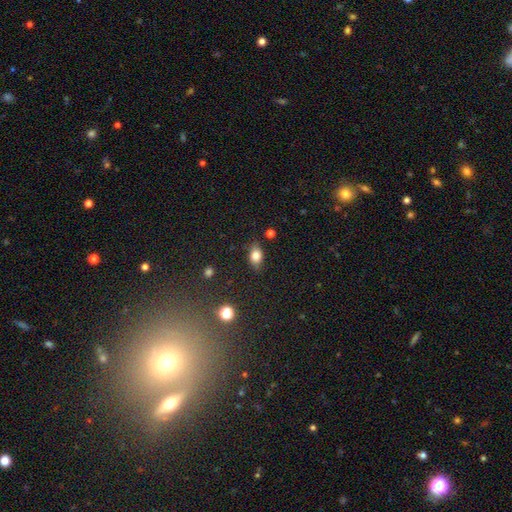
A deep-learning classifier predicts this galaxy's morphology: This is clearly a smooth galaxy (80%). How rounded: clearly in between (83%). Merging: likely none (80%).